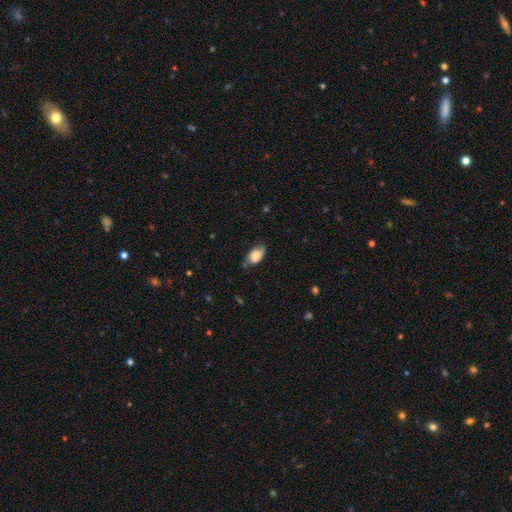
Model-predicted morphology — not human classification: Smooth or featured? Predicted: smooth (p=0.73). How rounded? Predicted: in between (p=0.91). Merging? Predicted: none (p=0.59).